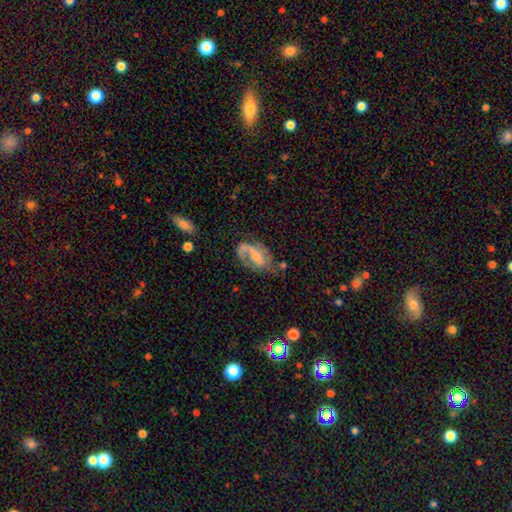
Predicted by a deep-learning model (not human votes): Morphology: type=featured or disk (76%); edge-on=no (97%); bar=weak (46%); spiral arms=yes (91%); winding=medium (46%); arm count=2 (55%); bulge=small (47%); merging=none (56%).